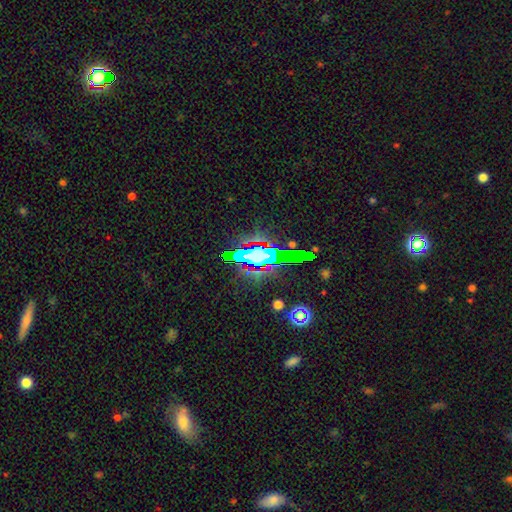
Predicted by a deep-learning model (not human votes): Smooth or featured?
  - star or artifact: 56% *
  - smooth: 26%
  - featured or disk: 17%